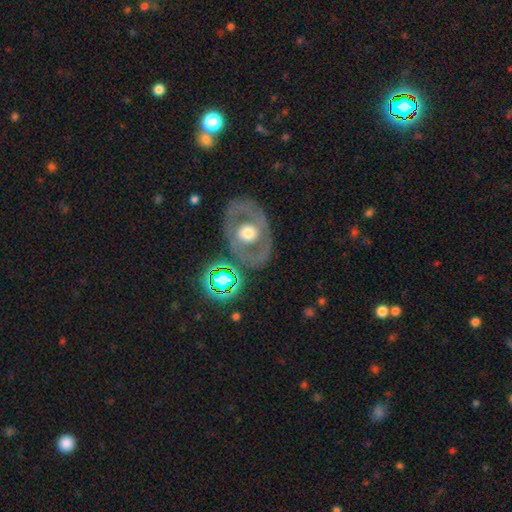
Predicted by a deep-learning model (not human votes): A featured or disk galaxy (66%) with no bar (78%), no spiral arms (61%) and a moderate central bulge (72%). Merging: none (72%).